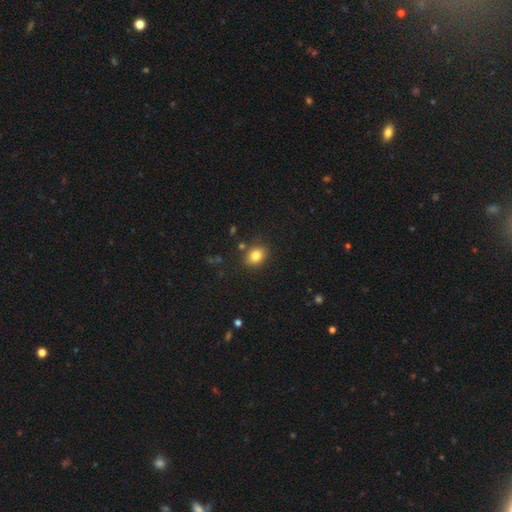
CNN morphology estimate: Q: Smooth or featured?
A: smooth (82%); runner-up: star or artifact (11%)
Q: How rounded?
A: round (52%); runner-up: in between (47%)
Q: Merging?
A: none (84%); runner-up: minor disturbance (10%)